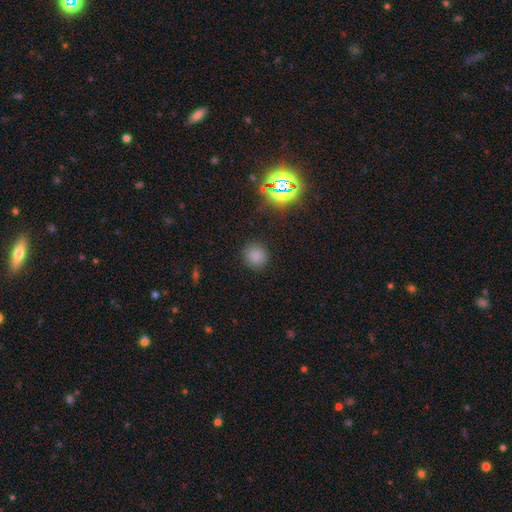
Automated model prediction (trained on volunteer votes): Smooth or featured? Predicted: smooth (p=0.79). How rounded? Predicted: round (p=0.90). Merging? Predicted: none (p=0.89).